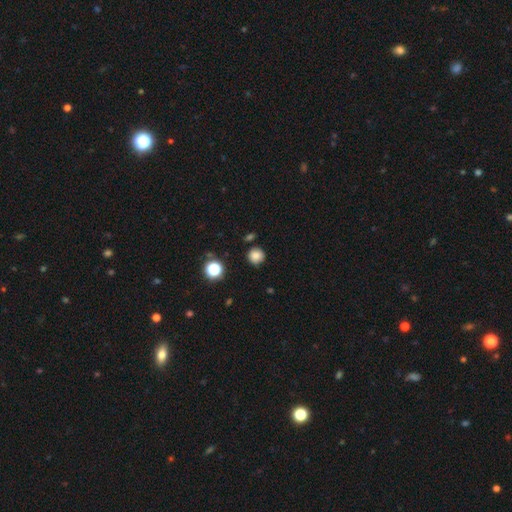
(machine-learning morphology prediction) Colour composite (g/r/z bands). It shows a smooth galaxy with no disk features (82%) that is round (93%). Merging: none (85%).